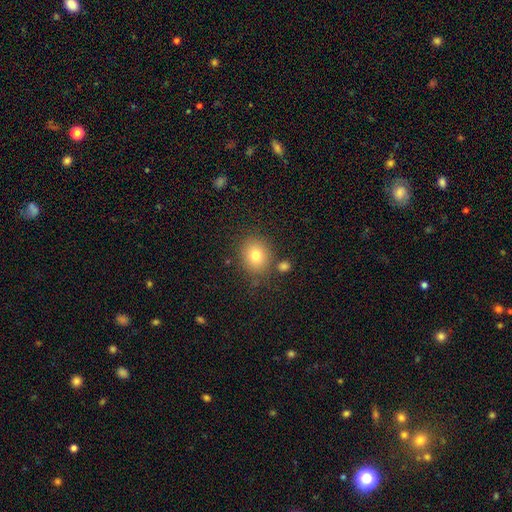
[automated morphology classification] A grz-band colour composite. It shows a smooth galaxy with no disk features (78%) that is round (72%). Merging: none (80%).